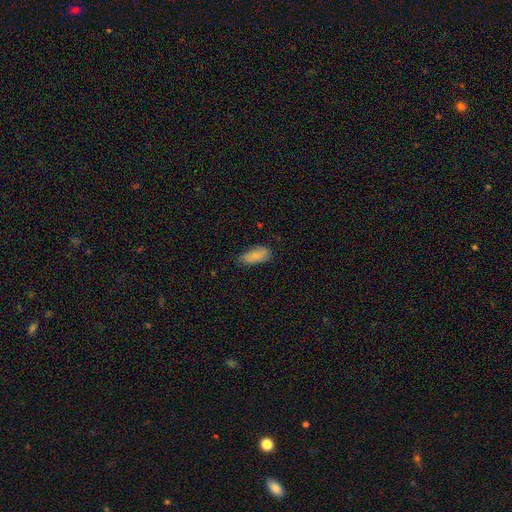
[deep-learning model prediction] A smooth galaxy with no disk features (80%) that is in between round and cigar-shaped (89%). Merging: none (66%).